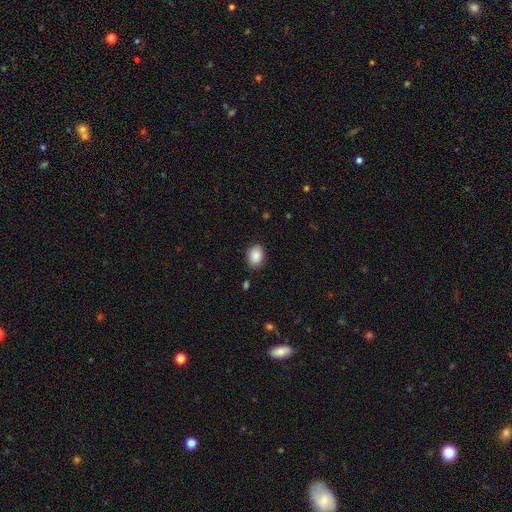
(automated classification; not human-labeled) Smooth or featured? Predicted: smooth (p=0.89). How rounded? Predicted: in between (p=0.79). Merging? Predicted: none (p=0.85).